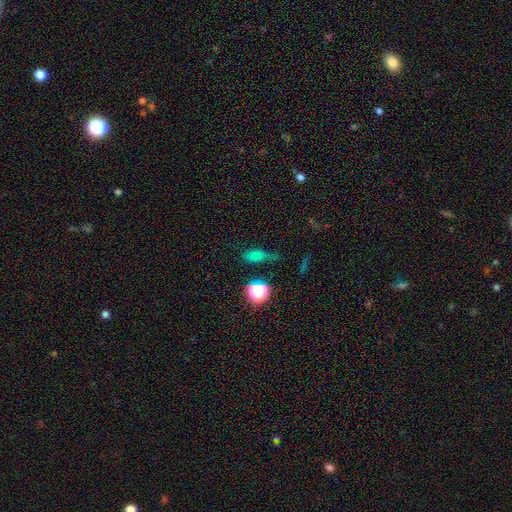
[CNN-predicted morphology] Smooth or featured?
  - smooth: 49% *
  - star or artifact: 35%
  - featured or disk: 17%
Merging?
  - none: 63% *
  - minor disturbance: 20%
  - major disturbance: 11%
  - merger: 5%